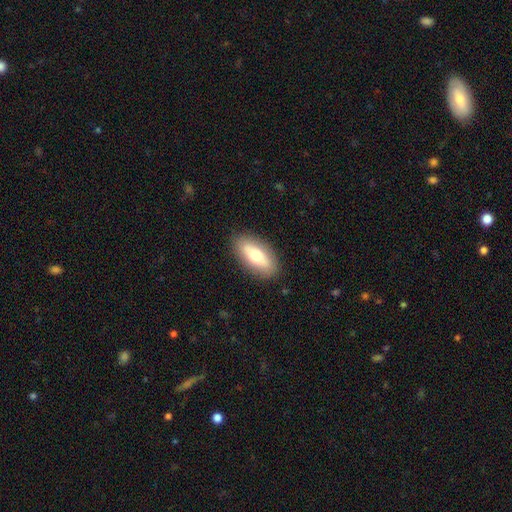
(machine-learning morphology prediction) type=smooth (63%); roundness=in between (83%); merging=none (87%).